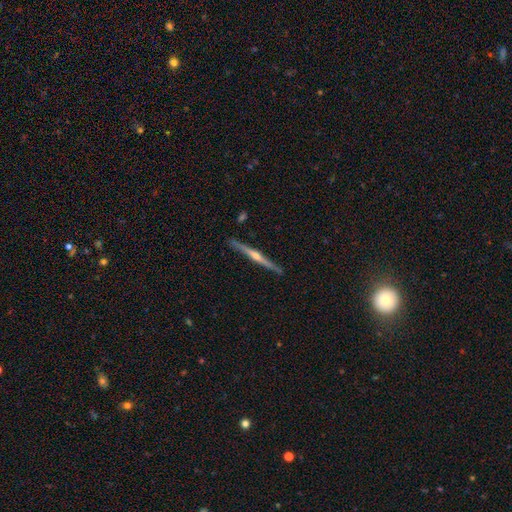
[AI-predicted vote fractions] smooth-or-featured: featured or disk: 80% | smooth: 15% | star or artifact: 5%
  disk-edge-on: yes: 98% | no: 2%
    edge-on-bulge: rounded: 89% | none: 7% | boxy: 3%
  merging: none: 90% | minor disturbance: 7% | merger: 1% | major disturbance: 1%